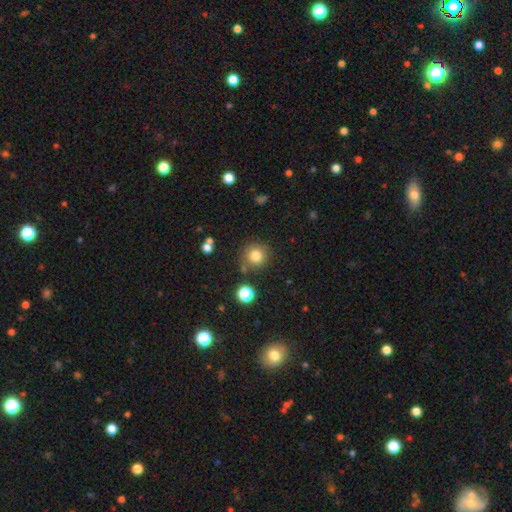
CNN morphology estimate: smooth_or_featured: smooth (p=0.80) [alt: star or artifact p=0.13]
how_rounded: round (p=0.93) [alt: in between p=0.06]
merging: none (p=0.79) [alt: minor disturbance p=0.11]